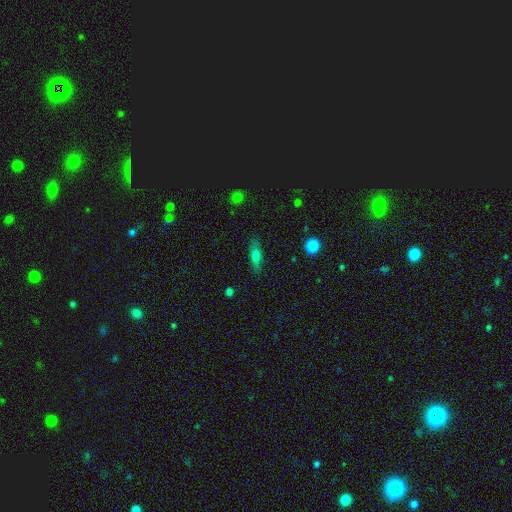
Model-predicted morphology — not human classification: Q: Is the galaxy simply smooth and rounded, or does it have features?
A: smooth — 66%.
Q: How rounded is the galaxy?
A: cigar-shaped — 49%.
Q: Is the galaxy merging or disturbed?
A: none — 85%.